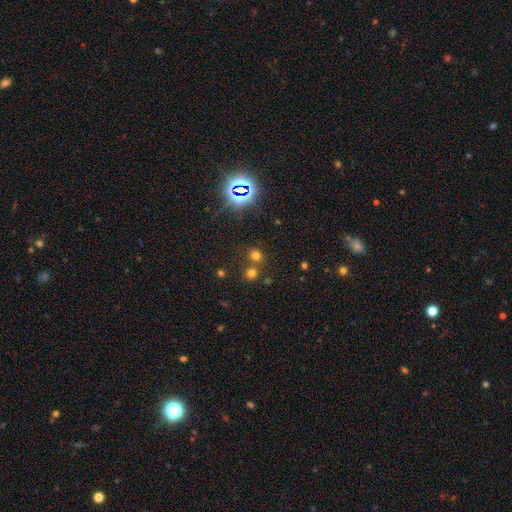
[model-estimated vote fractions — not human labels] A smooth galaxy with no disk features (60%) that is round (82%). Merging: none (67%).